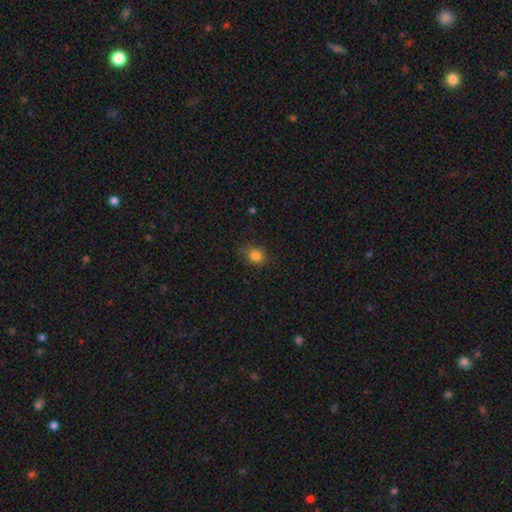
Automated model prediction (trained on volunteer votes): Morphology: type=smooth (82%); roundness=round (70%); merging=none (75%).